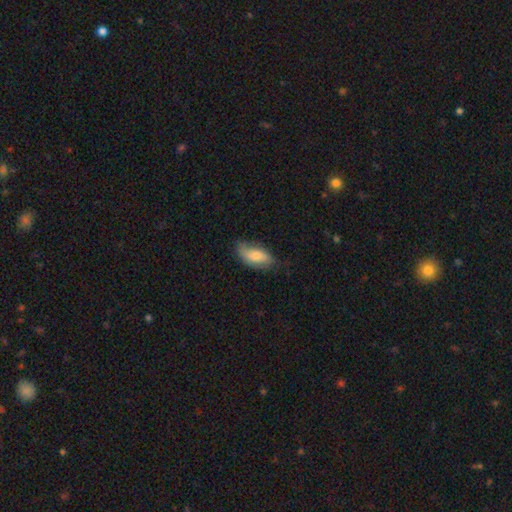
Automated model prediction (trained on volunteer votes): This appears to be a smooth galaxy with no disk features (66%) that is in between round and cigar-shaped (90%). Merging: none (57%).